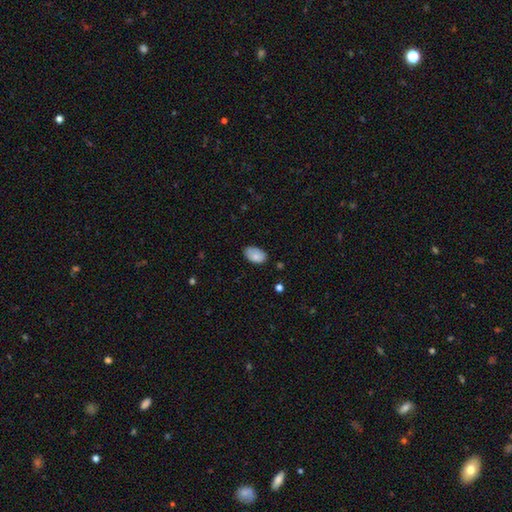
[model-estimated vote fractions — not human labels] This appears to be a smooth galaxy with no disk features (81%) that is in between round and cigar-shaped (92%). Merging: none (69%).